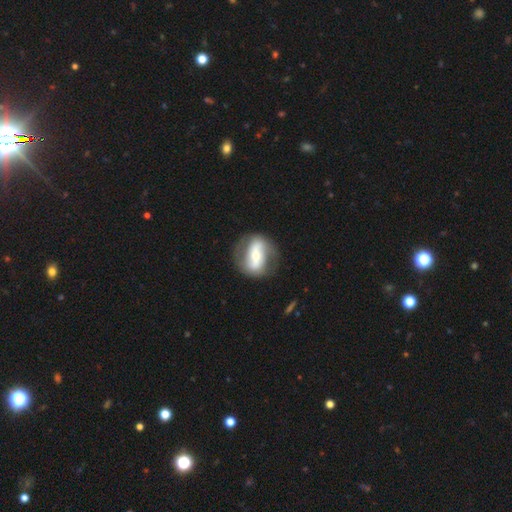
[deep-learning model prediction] Smooth or featured? Predicted: featured or disk (p=0.66). Edge-on disk? Predicted: no (p=0.89). Bar? Predicted: strong (p=0.62). Spiral arms? Predicted: yes (p=0.62). Bulge size? Predicted: moderate (p=0.48). Merging? Predicted: none (p=0.74).